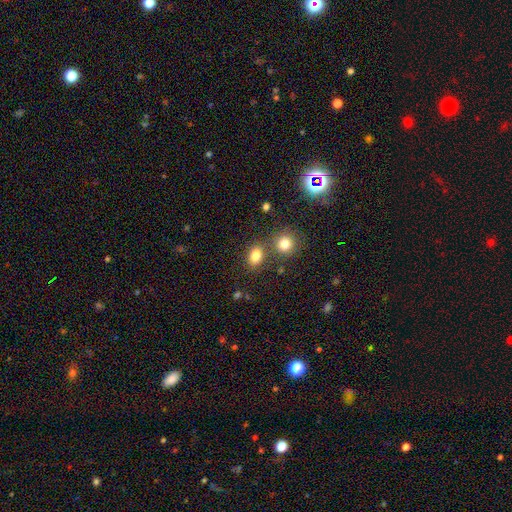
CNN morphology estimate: A smooth galaxy with no disk features (81%) that is in between round and cigar-shaped (68%). Merging: none (69%).